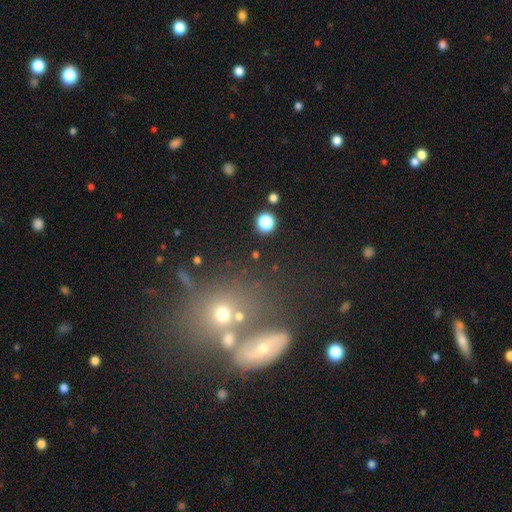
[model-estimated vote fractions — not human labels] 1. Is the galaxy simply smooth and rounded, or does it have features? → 50% smooth, 28% star or artifact, 22% featured or disk.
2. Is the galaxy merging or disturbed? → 62% none, 19% merger, 11% minor disturbance, 7% major disturbance.